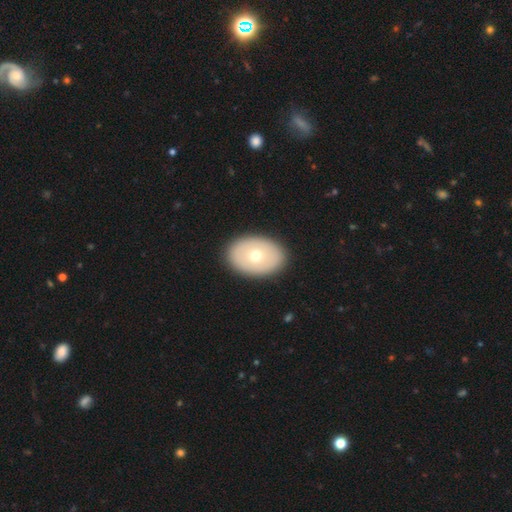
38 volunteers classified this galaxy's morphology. Smooth or featured? 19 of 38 (50%) said smooth. How rounded? 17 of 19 (89%) said in between. Merging? 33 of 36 (92%) said none.